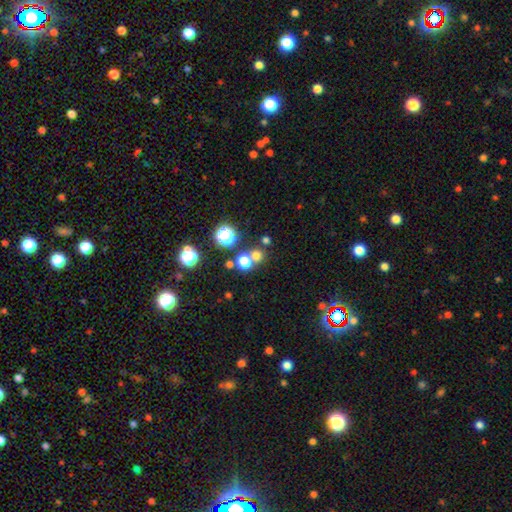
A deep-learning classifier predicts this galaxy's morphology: Smooth or featured: smooth — 67% (star or artifact — 26%)
How rounded: round — 90% (in between — 9%)
Merging: none — 63% (merger — 28%)